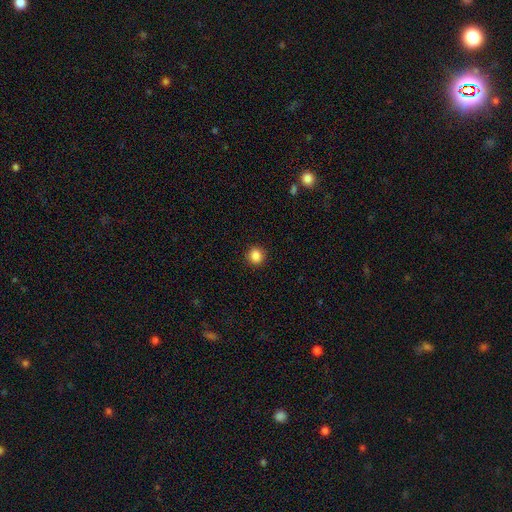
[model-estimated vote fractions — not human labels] Smooth or featured? Predicted: smooth (p=0.87). How rounded? Predicted: round (p=0.92). Merging? Predicted: none (p=0.92).